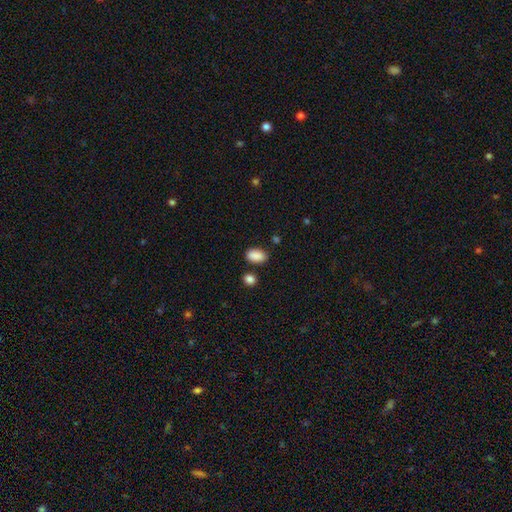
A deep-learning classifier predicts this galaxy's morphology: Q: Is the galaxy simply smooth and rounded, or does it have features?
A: smooth — 89%.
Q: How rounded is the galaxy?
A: in between — 91%.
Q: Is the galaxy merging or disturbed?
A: none — 82%.